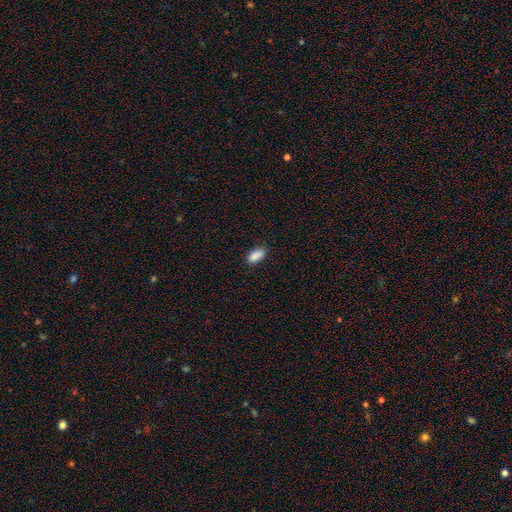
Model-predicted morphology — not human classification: Smooth or featured? Predicted: smooth (p=0.88). How rounded? Predicted: in between (p=0.88). Merging? Predicted: none (p=0.80).